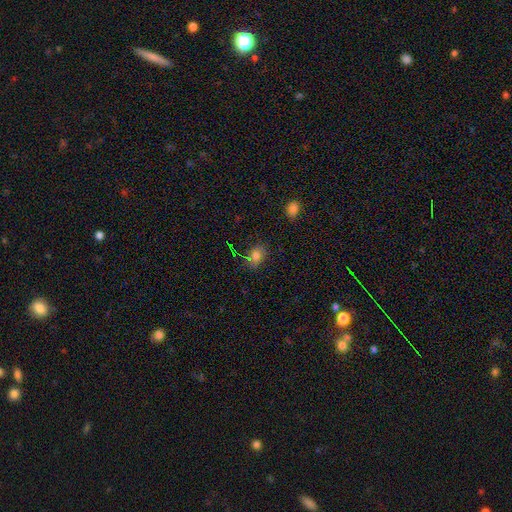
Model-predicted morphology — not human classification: smooth 76%, star or artifact 16%, featured or disk 9%. Down the decision tree: how rounded — in between (64%); merging — none (71%).